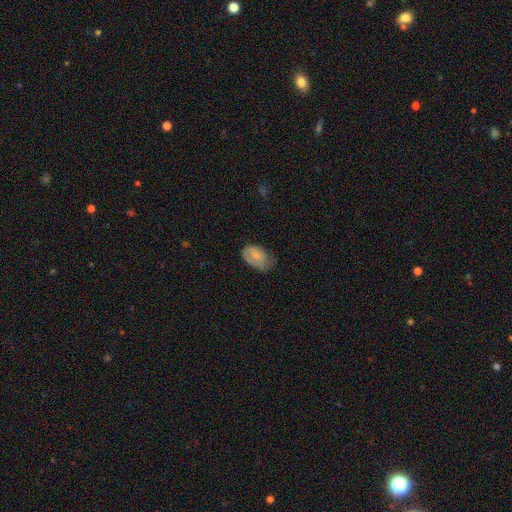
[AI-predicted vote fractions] smooth_or_featured: smooth (p=0.69) [alt: featured or disk p=0.24]
how_rounded: in between (p=0.90) [alt: round p=0.09]
merging: minor disturbance (p=0.40) [alt: none p=0.39]